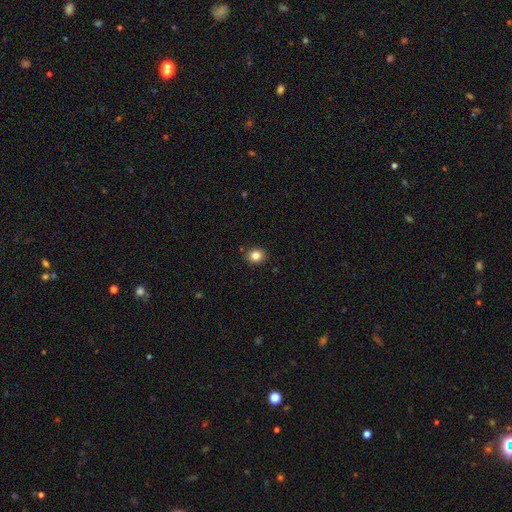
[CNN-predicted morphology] A smooth galaxy with no disk features (83%) that is round (72%). Merging: none (90%).